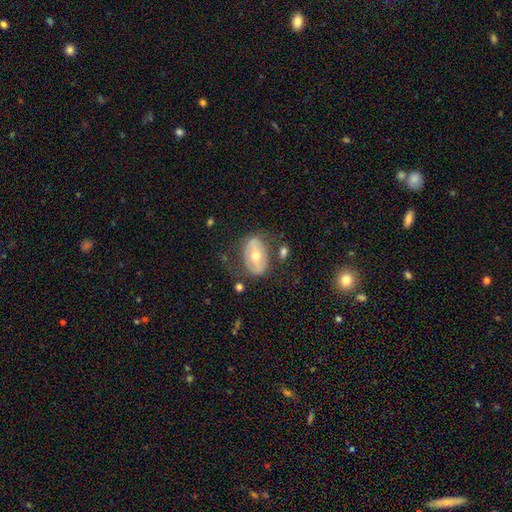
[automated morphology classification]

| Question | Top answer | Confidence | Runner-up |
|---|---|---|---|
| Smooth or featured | featured or disk | 57% | smooth (36%) |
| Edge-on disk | no | 92% | yes (8%) |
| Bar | no | 41% | strong (30%) |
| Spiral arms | no | 67% | yes (33%) |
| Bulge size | moderate | 74% | small (19%) |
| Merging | none | 59% | minor disturbance (22%) |